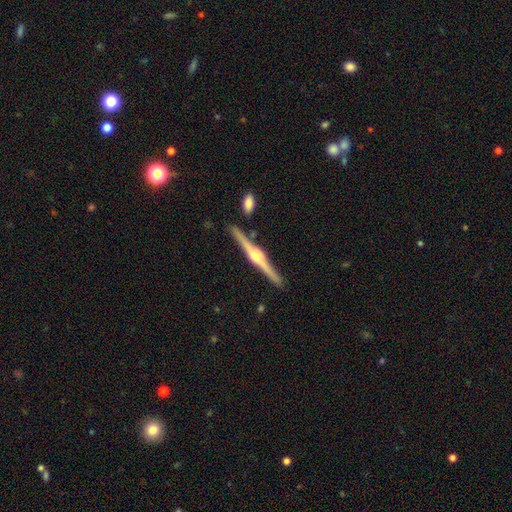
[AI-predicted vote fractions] Smooth or featured? featured or disk (84%)
Edge-on disk? yes (98%)
Edge-on bulge? rounded (90%)
Merging? none (87%)